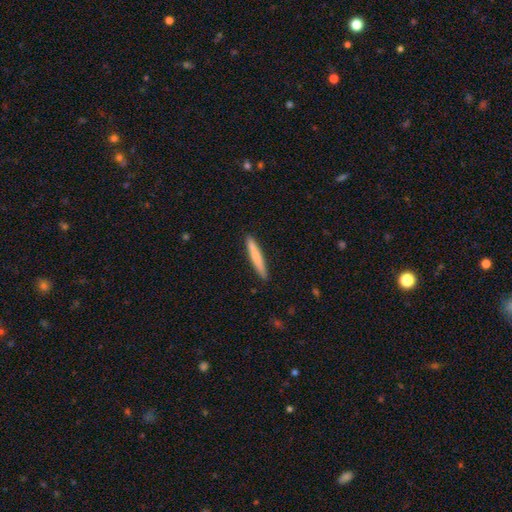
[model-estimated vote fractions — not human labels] smooth 76%, featured or disk 18%, star or artifact 5%. Down the decision tree: how rounded — cigar-shaped (95%); merging — none (91%).